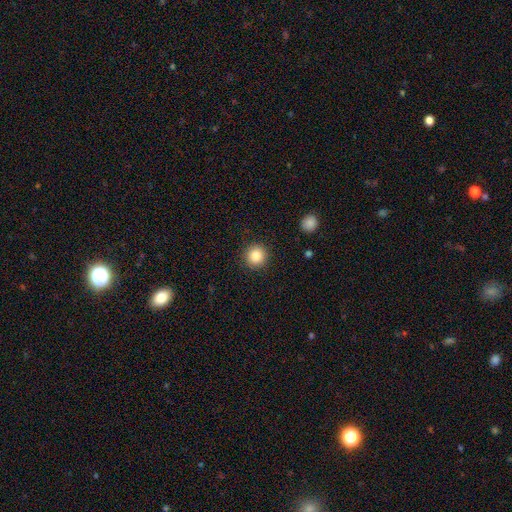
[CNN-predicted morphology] Overall: smooth (84%). How rounded: round (94%). Merging: none (91%).